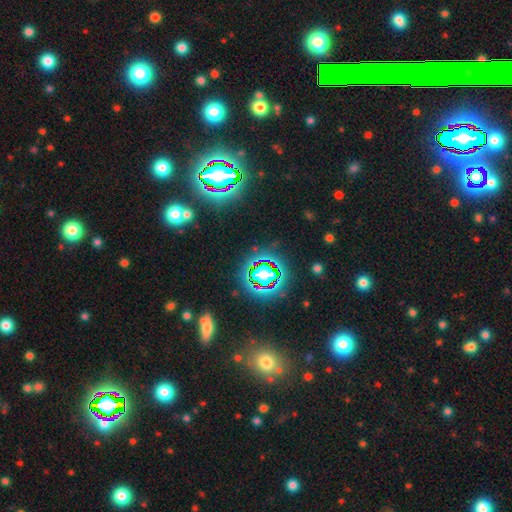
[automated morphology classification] smooth_or_featured: star or artifact (p=0.76) [alt: smooth p=0.14]